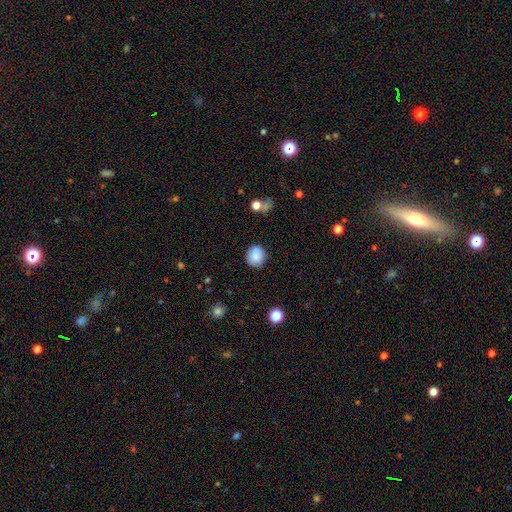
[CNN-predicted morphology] A smooth galaxy with no disk features (81%) that is round (85%).

Vote fractions:
- Smooth or featured? smooth: 81% / featured or disk: 10% / star or artifact: 9%
- How rounded? round: 85% / in between: 14% / cigar-shaped: 1%
- Merging? none: 78% / minor disturbance: 14% / merger: 5% / major disturbance: 3%